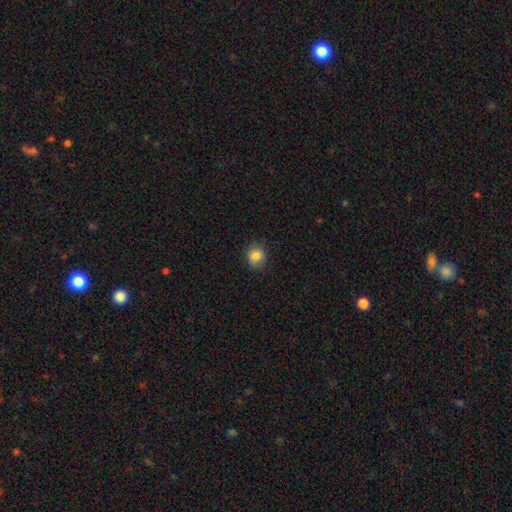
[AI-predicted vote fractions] smooth-or-featured: smooth: 85% | star or artifact: 10% | featured or disk: 5%
  how-rounded: round: 78% | in between: 21% | cigar-shaped: 1%
  merging: none: 84% | minor disturbance: 12% | major disturbance: 3% | merger: 1%